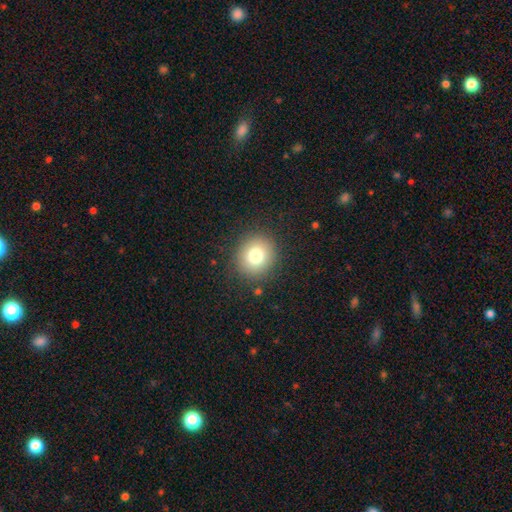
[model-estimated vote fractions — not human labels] Smooth or featured: smooth — 78% (star or artifact — 12%)
How rounded: round — 86% (in between — 13%)
Merging: none — 88% (minor disturbance — 7%)